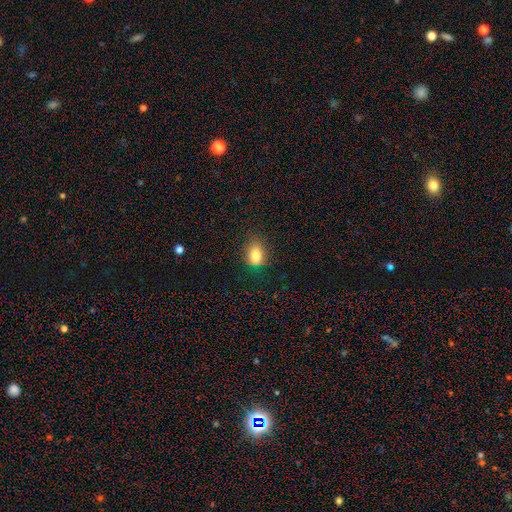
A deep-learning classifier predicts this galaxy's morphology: type=smooth (81%); roundness=in between (68%); merging=none (67%).